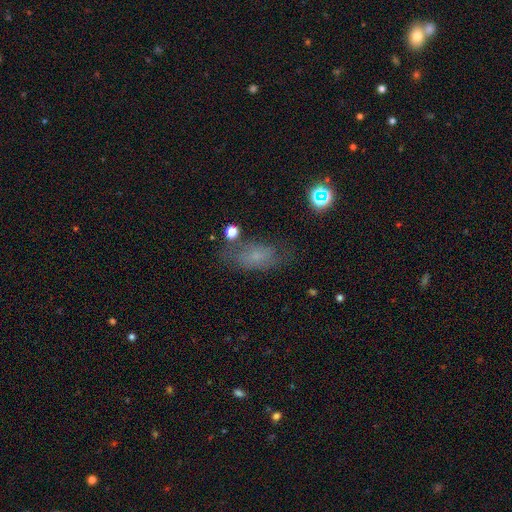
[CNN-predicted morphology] Smooth or featured? Predicted: smooth (p=0.59). How rounded? Predicted: in between (p=0.84). Merging? Predicted: none (p=0.63).